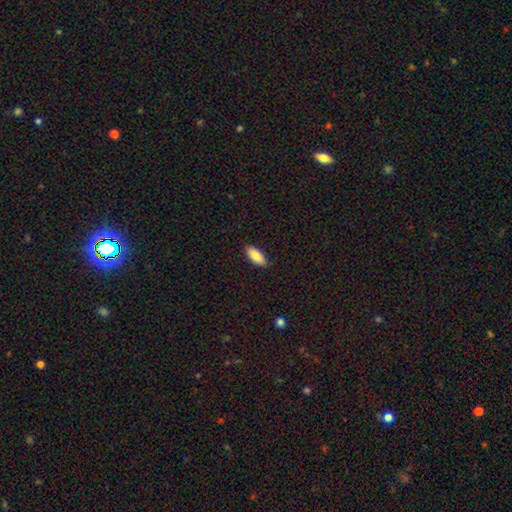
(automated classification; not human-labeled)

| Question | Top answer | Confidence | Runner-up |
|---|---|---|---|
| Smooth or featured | smooth | 87% | featured or disk (7%) |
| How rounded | in between | 83% | cigar-shaped (16%) |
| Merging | none | 88% | minor disturbance (10%) |